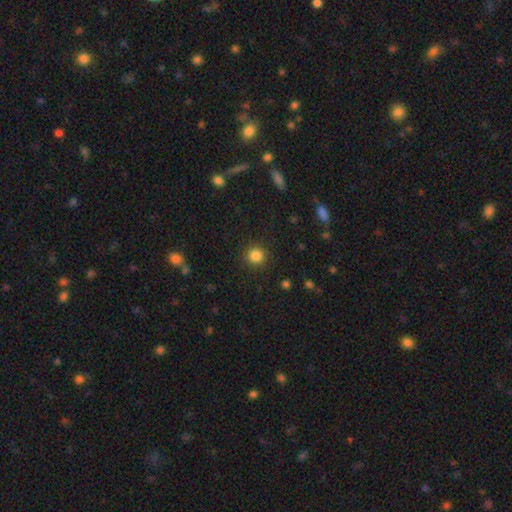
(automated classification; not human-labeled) smooth-or-featured: smooth: 84% | star or artifact: 12% | featured or disk: 4%
  how-rounded: round: 93% | in between: 6% | cigar-shaped: 1%
  merging: none: 91% | minor disturbance: 6% | major disturbance: 2% | merger: 1%